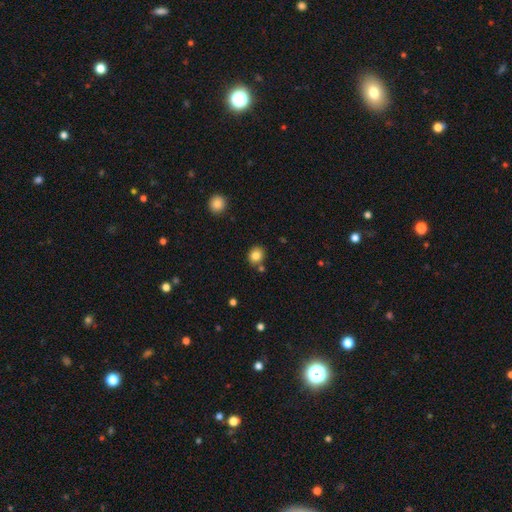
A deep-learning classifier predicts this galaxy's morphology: smooth_or_featured: smooth (p=0.83) [alt: star or artifact p=0.11]
how_rounded: round (p=0.77) [alt: in between p=0.22]
merging: none (p=0.76) [alt: minor disturbance p=0.11]